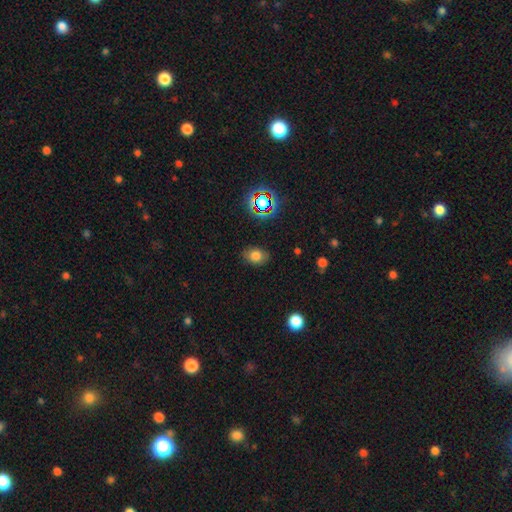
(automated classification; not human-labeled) Morphology: type=smooth (75%); roundness=in between (69%); merging=none (82%).